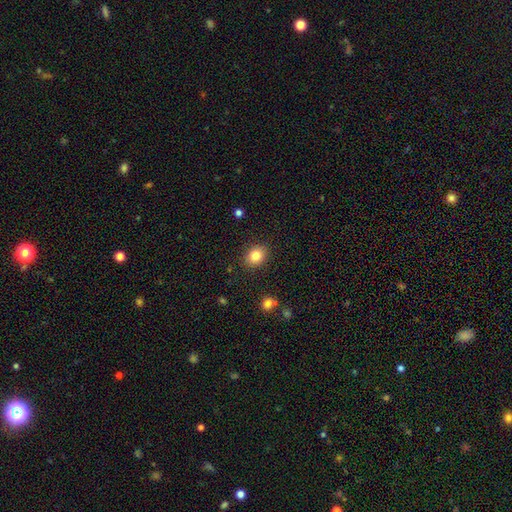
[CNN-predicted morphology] A smooth galaxy with no disk features (83%) that is round (51%). Merging: none (88%).